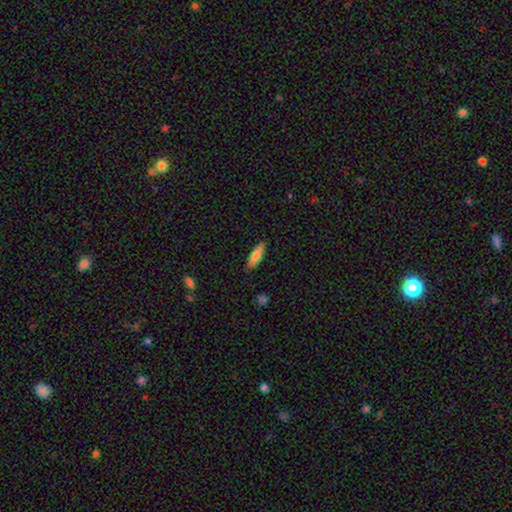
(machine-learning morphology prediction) Smooth or featured? Predicted: smooth (p=0.74). How rounded? Predicted: cigar-shaped (p=0.50). Merging? Predicted: none (p=0.85).